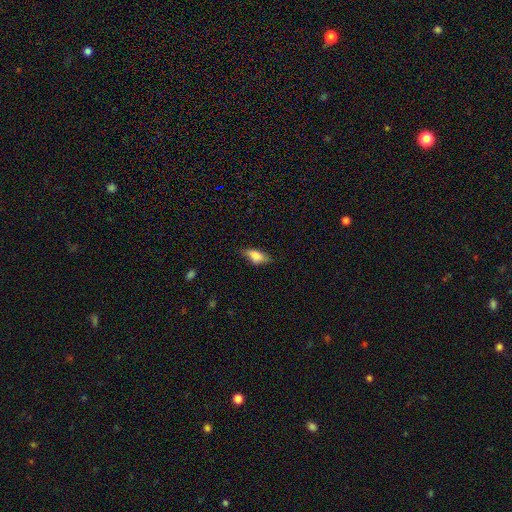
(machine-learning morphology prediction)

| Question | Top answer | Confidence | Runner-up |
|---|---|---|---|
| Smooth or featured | smooth | 72% | featured or disk (20%) |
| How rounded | in between | 76% | cigar-shaped (20%) |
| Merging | none | 75% | minor disturbance (20%) |